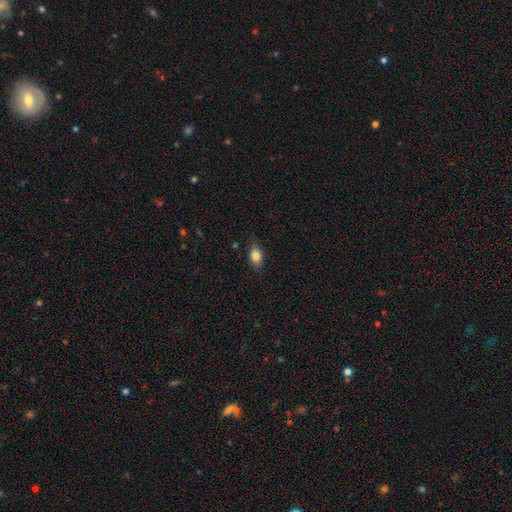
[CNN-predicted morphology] Smooth or featured?
  - smooth: 81% *
  - featured or disk: 10%
  - star or artifact: 9%
How rounded?
  - in between: 81% *
  - round: 14%
  - cigar-shaped: 4%
Merging?
  - none: 76% *
  - minor disturbance: 19%
  - major disturbance: 3%
  - merger: 1%